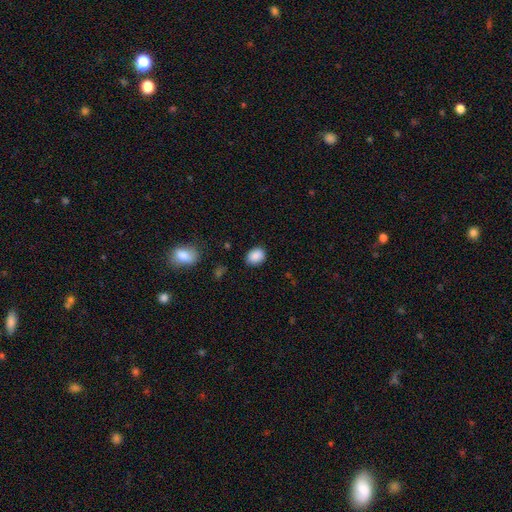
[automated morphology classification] This appears to be a smooth galaxy with no disk features (88%) that is in between round and cigar-shaped (62%). Merging: none (82%).